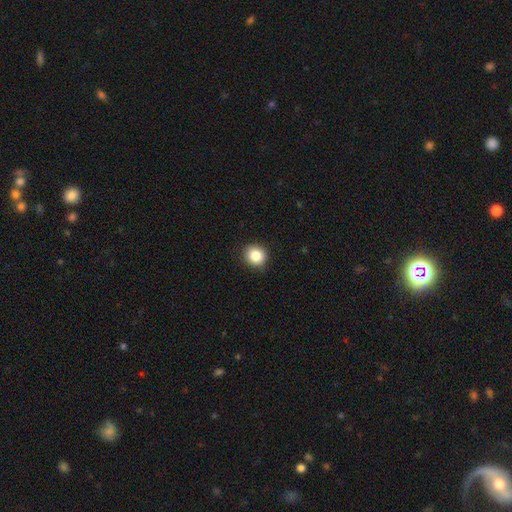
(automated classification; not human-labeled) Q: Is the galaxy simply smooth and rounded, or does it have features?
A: smooth — 86%.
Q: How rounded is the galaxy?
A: round — 86%.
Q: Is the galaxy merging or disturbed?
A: none — 89%.